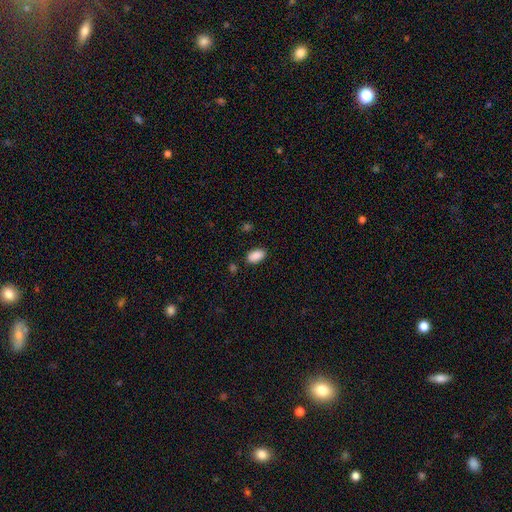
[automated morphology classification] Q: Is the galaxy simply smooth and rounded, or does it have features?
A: smooth — 90%.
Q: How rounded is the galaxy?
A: in between — 94%.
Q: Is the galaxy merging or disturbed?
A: none — 86%.